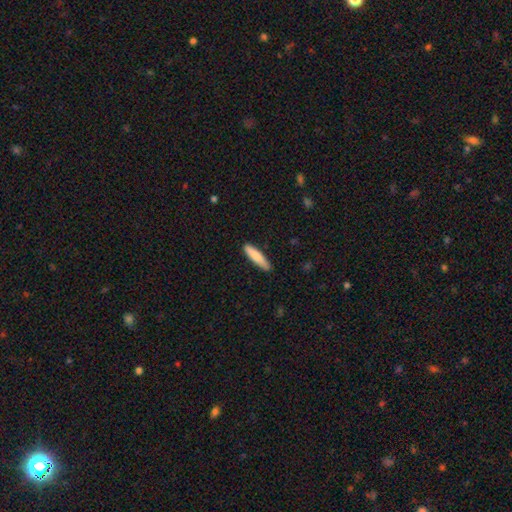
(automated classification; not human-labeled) smooth 80%, featured or disk 15%, star or artifact 5%. Down the decision tree: how rounded — cigar-shaped (83%); merging — none (88%).